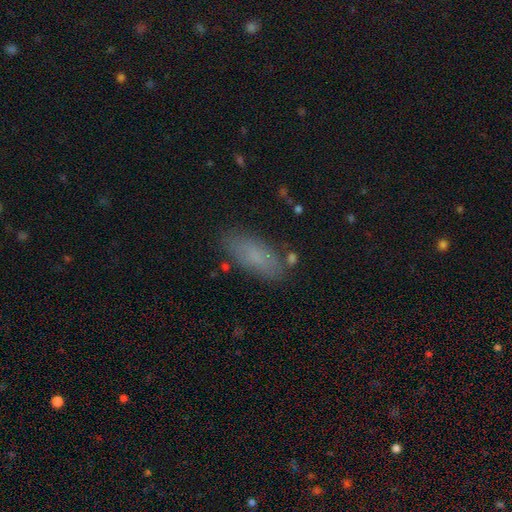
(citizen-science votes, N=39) Volunteers were most divided on "smooth or featured": smooth: 77%, featured or disk: 18%, star or artifact: 5%. More confident: how rounded — in between (83%); merging — none (81%).